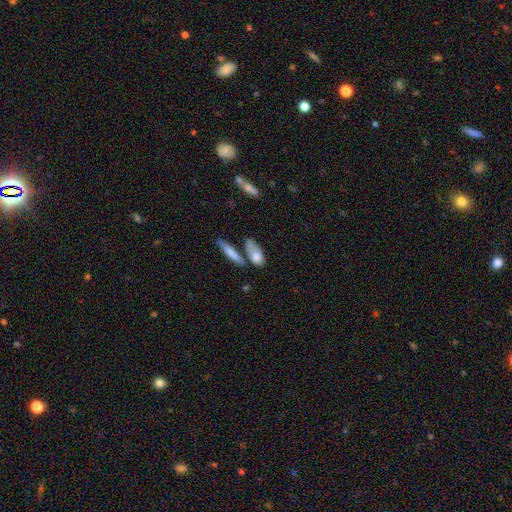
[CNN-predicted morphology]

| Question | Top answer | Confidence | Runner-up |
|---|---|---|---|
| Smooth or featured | smooth | 76% | featured or disk (17%) |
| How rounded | in between | 65% | cigar-shaped (29%) |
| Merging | none | 42% | merger (28%) |